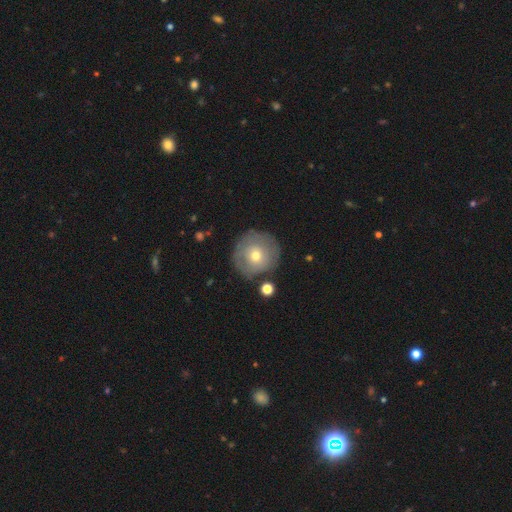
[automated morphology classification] Smooth or featured? smooth (58%)
How rounded? round (94%)
Merging? none (80%)